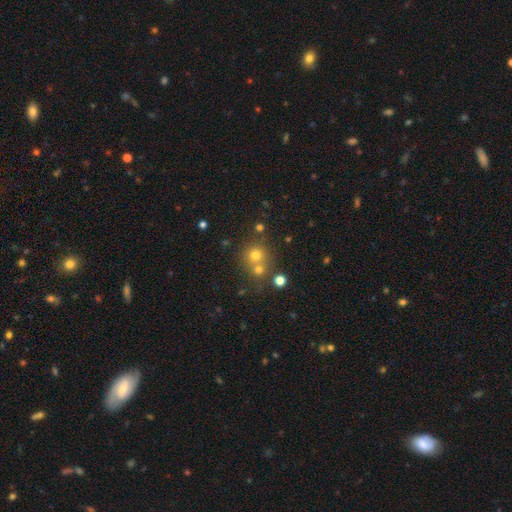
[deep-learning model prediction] The model was most divided on "merging": none: 57%, merger: 33%, minor disturbance: 7%, major disturbance: 3%. More confident: how rounded — round (89%); smooth or featured — smooth (68%).